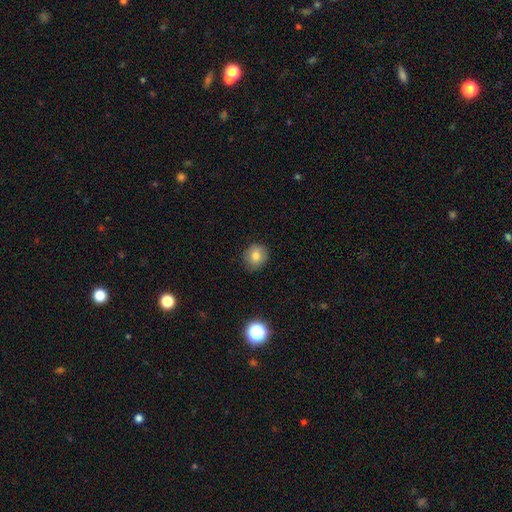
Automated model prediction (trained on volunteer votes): smooth_or_featured: smooth (p=0.80) [alt: star or artifact p=0.11]
how_rounded: round (p=0.83) [alt: in between p=0.16]
merging: none (p=0.85) [alt: minor disturbance p=0.12]